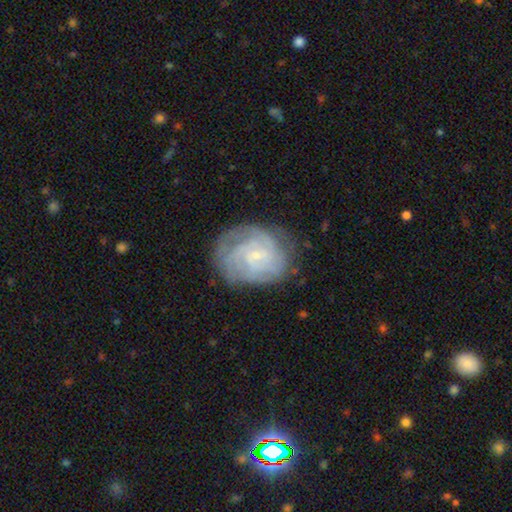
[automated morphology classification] This appears to be a featured or disk galaxy (74%) with no bar (52%), tight (67%) spiral arms (90%) and a small central bulge (74%). Merging: none (69%).